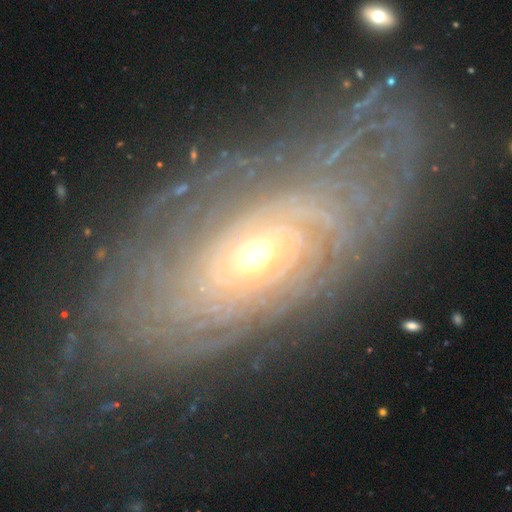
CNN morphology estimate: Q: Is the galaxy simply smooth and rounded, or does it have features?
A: featured or disk — 87%.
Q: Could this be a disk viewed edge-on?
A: no — 94%.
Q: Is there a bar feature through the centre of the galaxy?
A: no — 69%.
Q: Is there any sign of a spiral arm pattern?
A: yes — 96%.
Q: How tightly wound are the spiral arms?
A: tight — 84%.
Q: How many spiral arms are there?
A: can't tell — 29%, tied with more than 4.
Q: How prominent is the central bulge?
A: moderate — 59%.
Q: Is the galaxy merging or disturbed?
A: none — 76%.